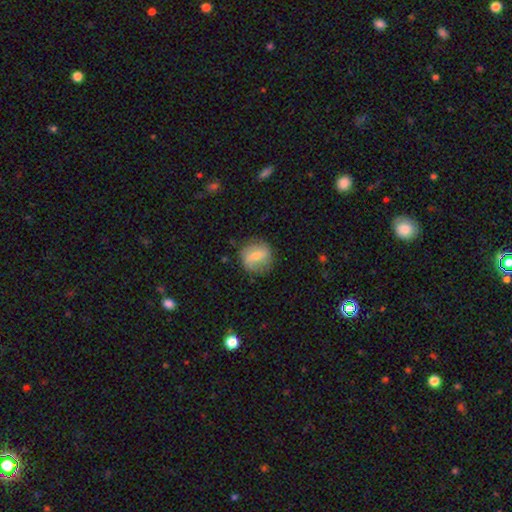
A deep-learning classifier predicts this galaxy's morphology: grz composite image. It shows a smooth galaxy with no disk features (59%) that is round (84%). Merging: none (79%).